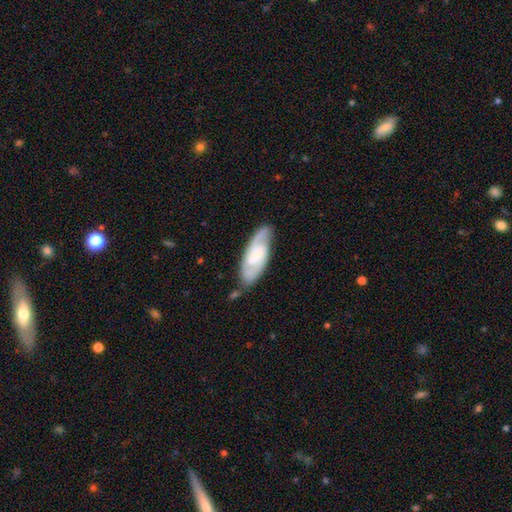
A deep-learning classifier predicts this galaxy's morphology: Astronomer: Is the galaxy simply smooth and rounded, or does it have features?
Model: featured or disk — 75%.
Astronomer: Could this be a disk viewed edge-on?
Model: no — 92%.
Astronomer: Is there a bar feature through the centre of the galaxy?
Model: weak — 49% (runner-up: no, 30%).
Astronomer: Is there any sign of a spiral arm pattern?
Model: yes — 94%.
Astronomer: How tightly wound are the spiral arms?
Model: medium — 49% (runner-up: tight, 36%).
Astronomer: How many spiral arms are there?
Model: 2 — 83%.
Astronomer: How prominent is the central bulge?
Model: small — 43% (runner-up: moderate, 29%).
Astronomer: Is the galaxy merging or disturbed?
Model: none — 76%.